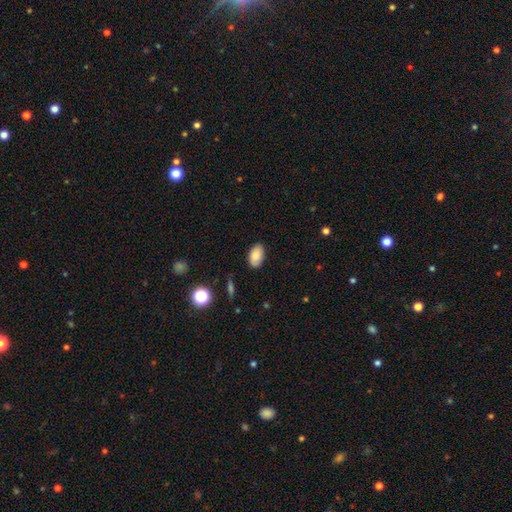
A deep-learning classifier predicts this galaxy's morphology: Smooth or featured?
  - smooth: 85% *
  - star or artifact: 8%
  - featured or disk: 7%
How rounded?
  - in between: 93% *
  - round: 6%
  - cigar-shaped: 1%
Merging?
  - none: 86% *
  - minor disturbance: 11%
  - major disturbance: 2%
  - merger: 1%